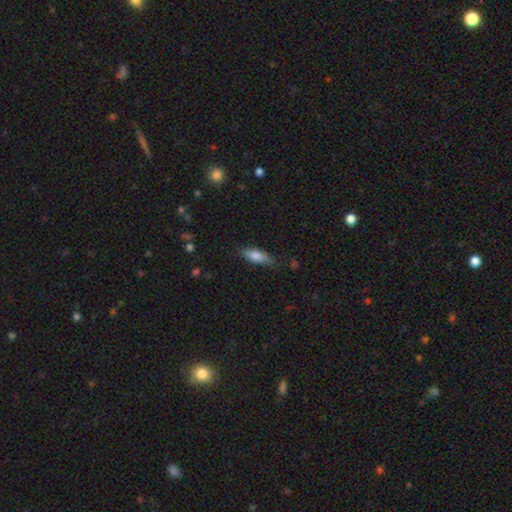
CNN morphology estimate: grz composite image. It shows a smooth galaxy with no disk features (74%) that is in between round and cigar-shaped (56%). Merging: none (79%).